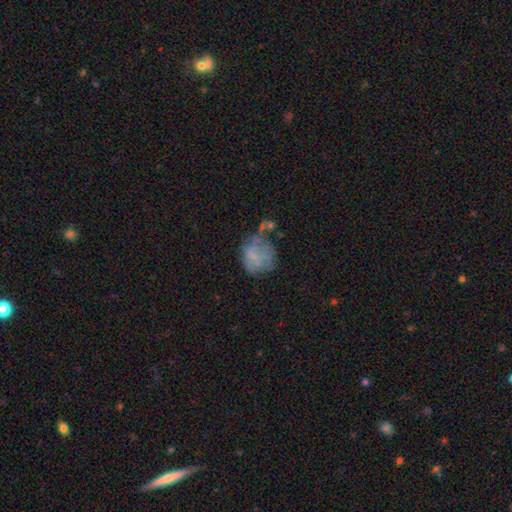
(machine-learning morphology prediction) type=smooth (50%); merging=none (33%, tied with major disturbance).